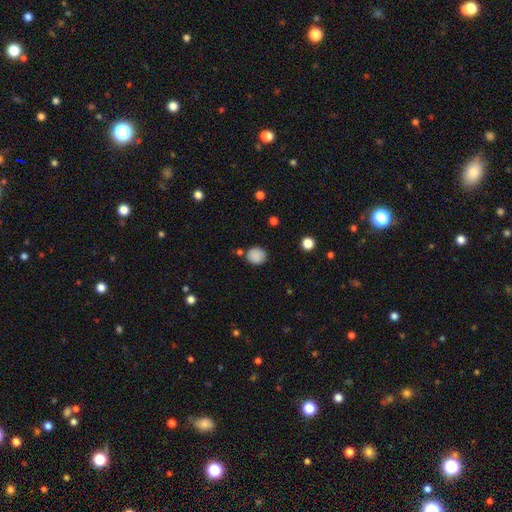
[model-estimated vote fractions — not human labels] A smooth galaxy with no disk features (87%) that is round (85%).

Vote fractions:
- Smooth or featured? smooth: 87% / star or artifact: 9% / featured or disk: 4%
- How rounded? round: 85% / in between: 14% / cigar-shaped: 1%
- Merging? none: 80% / minor disturbance: 11% / merger: 5% / major disturbance: 3%